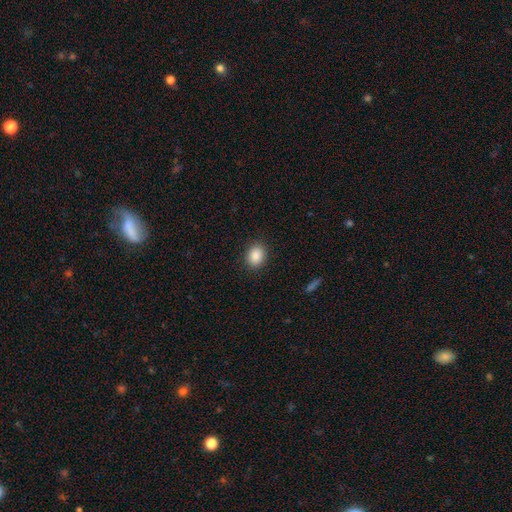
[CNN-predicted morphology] Overall: smooth (88%). How rounded: in between (50%; round 49%). Merging: none (89%).